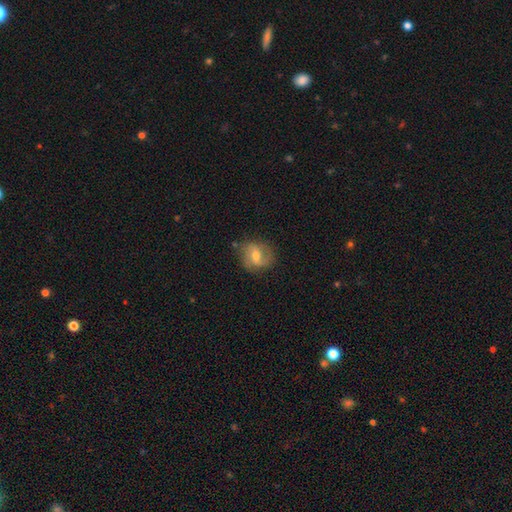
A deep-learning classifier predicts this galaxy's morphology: The model was most divided on "smooth or featured": featured or disk: 54%, smooth: 38%, star or artifact: 8%. Remaining: edge-on disk — no (96%); spiral arms — yes (78%); merging — none (70%); bulge size — moderate (59%); bar — weak (48%).